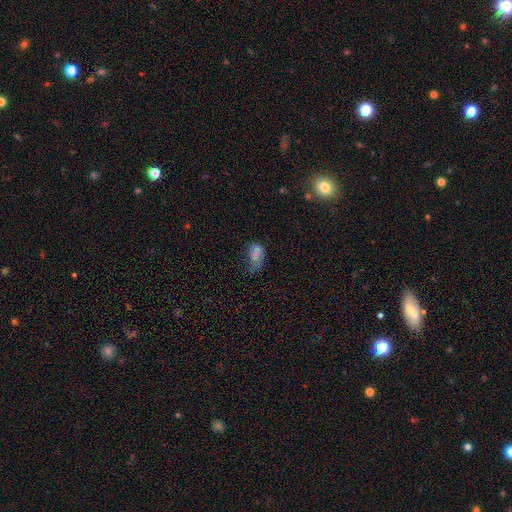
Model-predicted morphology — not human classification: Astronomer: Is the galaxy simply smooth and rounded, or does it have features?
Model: smooth — 67%.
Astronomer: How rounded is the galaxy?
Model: in between — 85%.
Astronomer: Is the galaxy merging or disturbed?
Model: none — 32% (runner-up: minor disturbance, 29%).